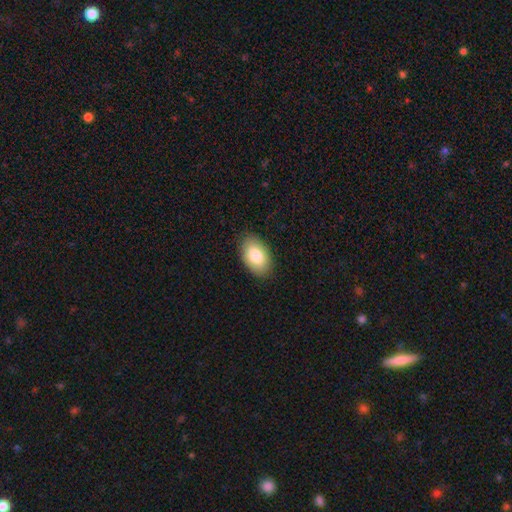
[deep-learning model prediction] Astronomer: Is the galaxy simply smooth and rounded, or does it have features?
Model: smooth — 83%.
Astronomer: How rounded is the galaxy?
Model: in between — 93%.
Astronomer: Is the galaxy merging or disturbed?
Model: none — 87%.